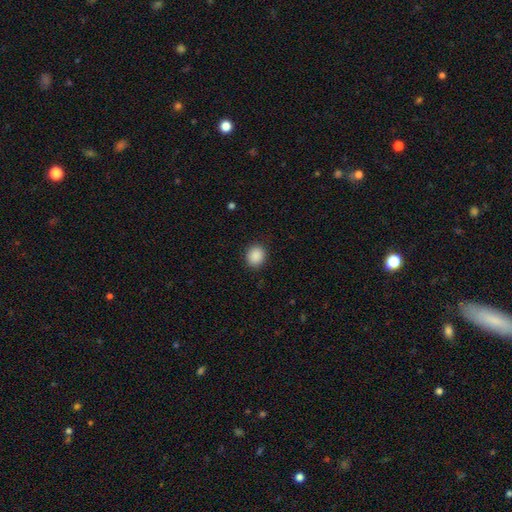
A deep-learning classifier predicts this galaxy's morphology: Smooth or featured? Predicted: smooth (p=0.89). How rounded? Predicted: round (p=0.69). Merging? Predicted: none (p=0.89).